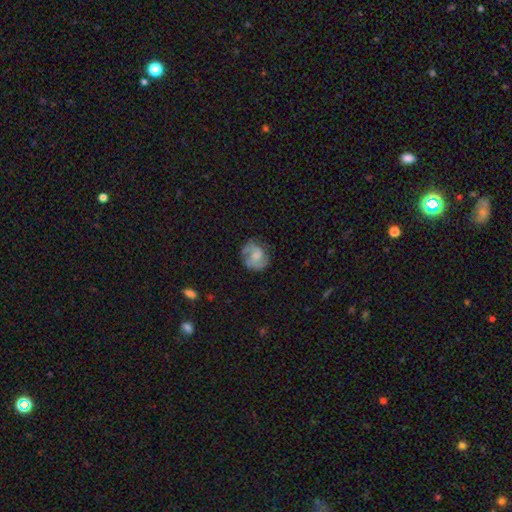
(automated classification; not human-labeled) This is likely a featured or disk galaxy (71%). It is clearly not viewed edge-on (98%). Bar: possibly no (55%). Spiral arm pattern: clearly yes (93%). Spiral arm count: clearly 2 (81%). Spiral winding: possibly medium (50%). Central bulge: marginally moderate (31%). Merging: likely none (71%).